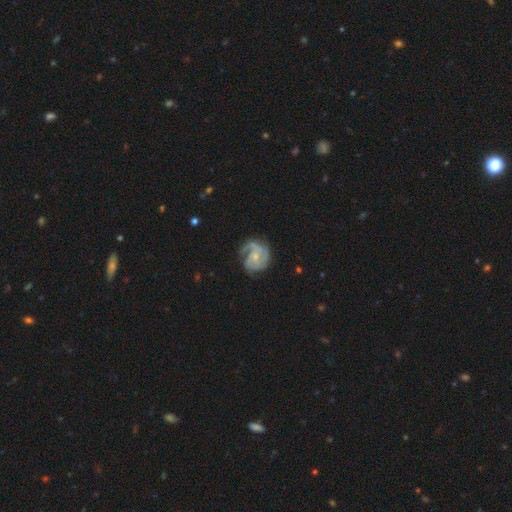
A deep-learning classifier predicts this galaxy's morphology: Smooth or featured? featured or disk (82%)
Edge-on disk? no (98%)
Bar? no (64%)
Spiral arms? yes (95%)
Spiral winding? tight (48%)
Spiral arm count? 2 (37%)
Bulge size? small (65%)
Merging? none (56%)